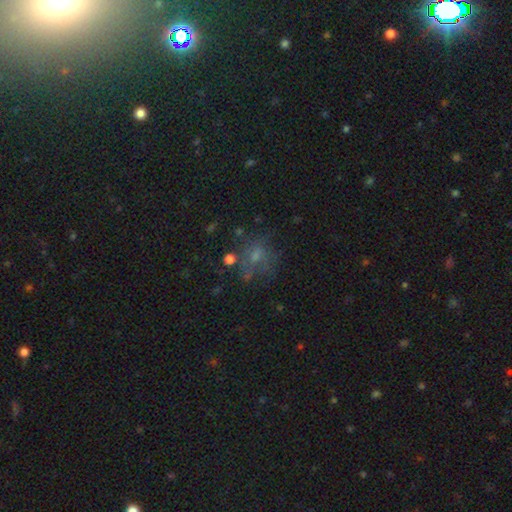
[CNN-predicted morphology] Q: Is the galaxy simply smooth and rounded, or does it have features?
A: smooth — 45%.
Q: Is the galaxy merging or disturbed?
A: none — 48%.